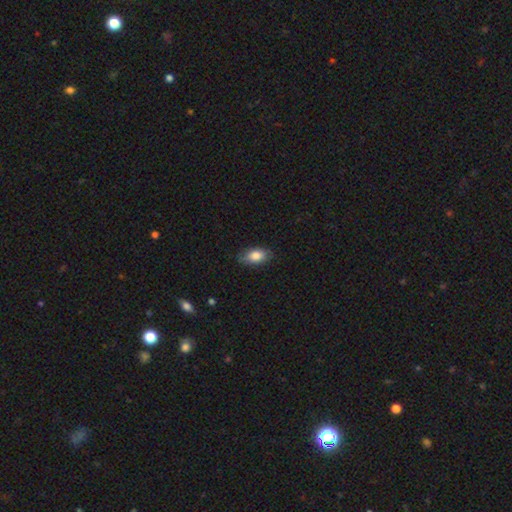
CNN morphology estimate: This is clearly a smooth galaxy (82%). How rounded: clearly in between (91%). Merging: clearly none (80%).